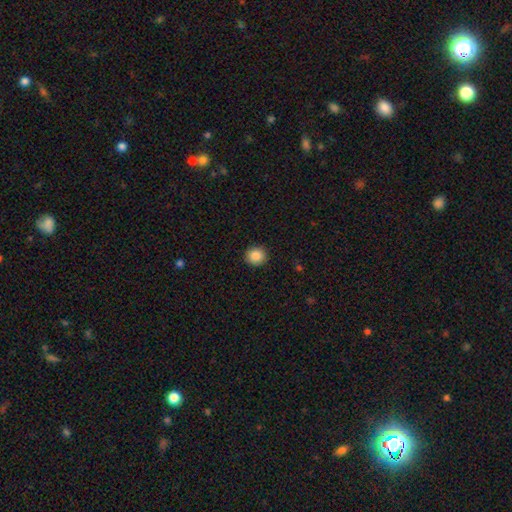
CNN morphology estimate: type=smooth (86%); roundness=round (90%); merging=none (91%).